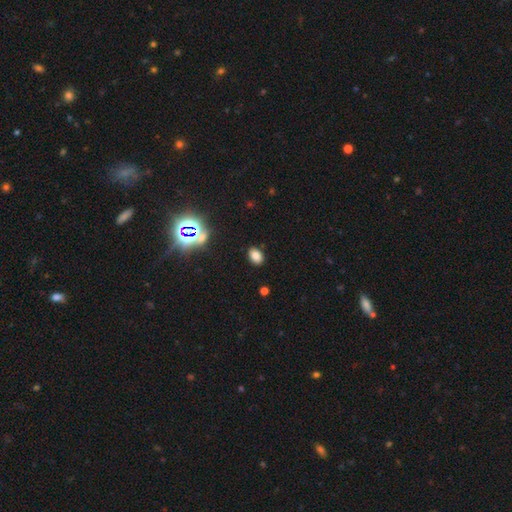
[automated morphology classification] smooth_or_featured: smooth (p=0.78) [alt: star or artifact p=0.17]
how_rounded: in between (p=0.84) [alt: round p=0.14]
merging: none (p=0.87) [alt: minor disturbance p=0.09]